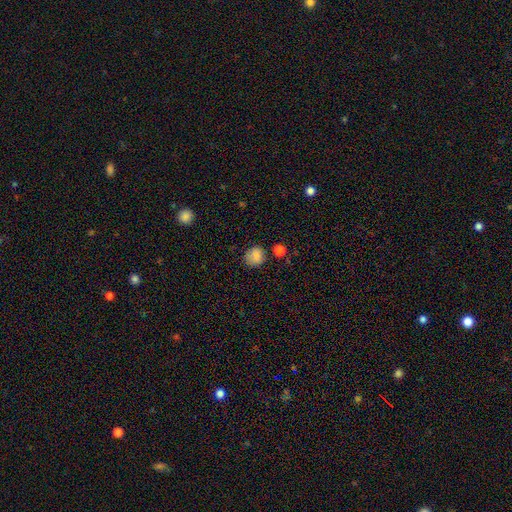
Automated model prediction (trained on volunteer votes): Smooth or featured?
  - smooth: 83% *
  - star or artifact: 11%
  - featured or disk: 6%
How rounded?
  - round: 76% *
  - in between: 23%
  - cigar-shaped: 1%
Merging?
  - none: 74% *
  - minor disturbance: 17%
  - major disturbance: 5%
  - merger: 4%